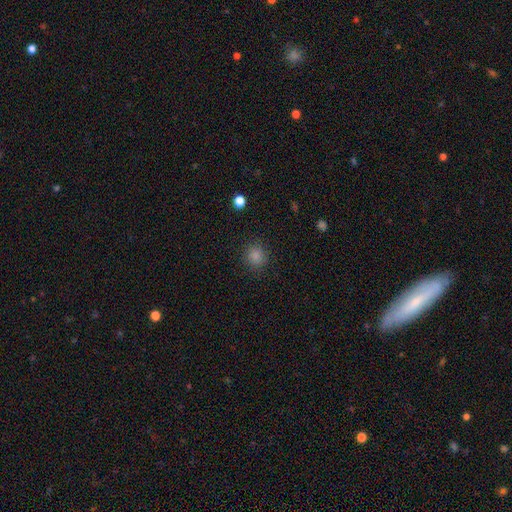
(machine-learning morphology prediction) smooth 85%, star or artifact 12%, featured or disk 3%. Down the decision tree: how rounded — round (89%); merging — none (89%).